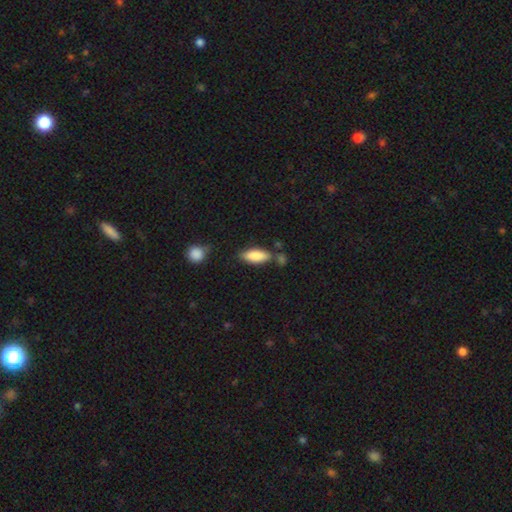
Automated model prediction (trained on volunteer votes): Smooth or featured? smooth (84%)
How rounded? in between (76%)
Merging? none (65%)